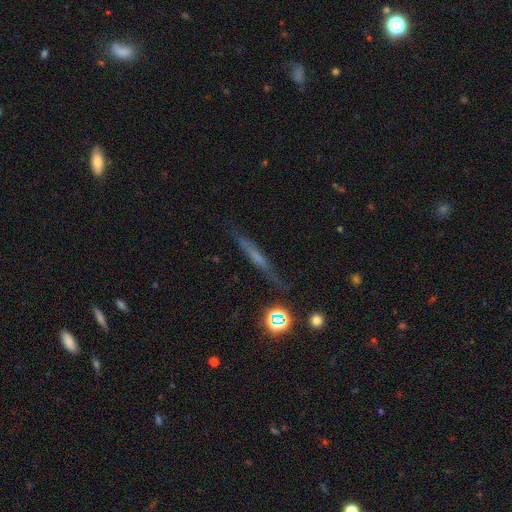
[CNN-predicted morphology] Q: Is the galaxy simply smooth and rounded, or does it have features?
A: featured or disk — 45%.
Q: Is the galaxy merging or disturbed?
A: none — 79%.